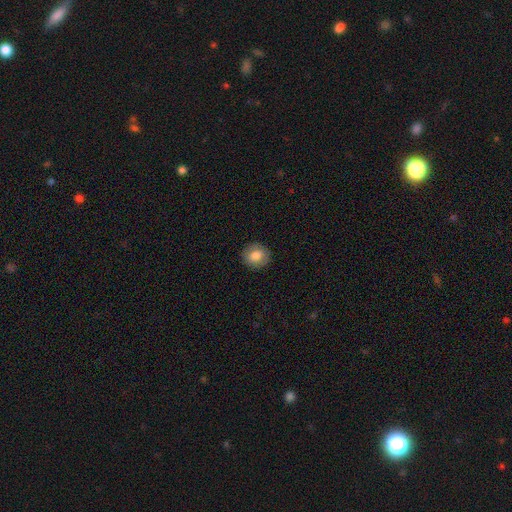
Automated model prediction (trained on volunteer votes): This is clearly a smooth galaxy (81%). How rounded: likely round (79%). Merging: clearly none (89%).